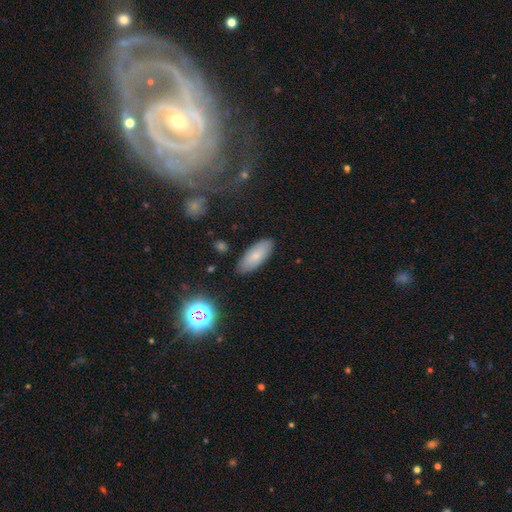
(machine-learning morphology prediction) type=smooth (79%); roundness=in between (80%); merging=none (86%).